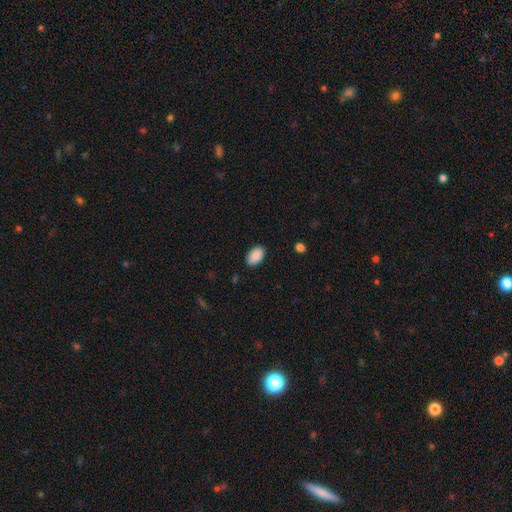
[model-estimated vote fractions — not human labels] Overall: smooth (90%). How rounded: in between (93%). Merging: none (87%).